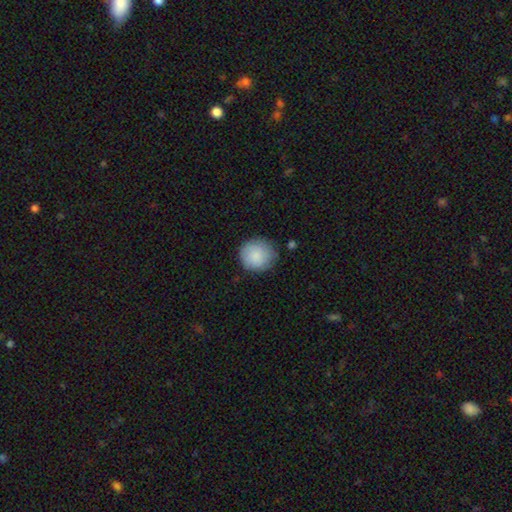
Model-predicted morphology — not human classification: A smooth galaxy with no disk features (87%) that is round (91%). Merging: none (79%).